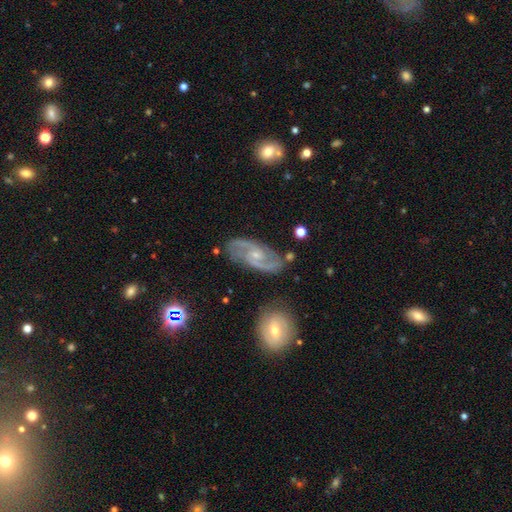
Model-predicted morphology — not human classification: smooth-or-featured: featured or disk: 89% | star or artifact: 6% | smooth: 5%
  disk-edge-on: no: 97% | yes: 3%
    bar: no: 49% | weak: 42% | strong: 9%
    has-spiral-arms: yes: 97% | no: 3%
      spiral-winding: medium: 56% | tight: 27% | loose: 17%
      spiral-arm-count: 2: 86% | can't tell: 5% | 3: 4% | 1: 2% | 4: 2% | more than 4: 1%
    bulge-size: small: 70% | moderate: 25% | none: 3% | large: 1% | dominant: 1%
  merging: none: 77% | minor disturbance: 15% | major disturbance: 5% | merger: 3%